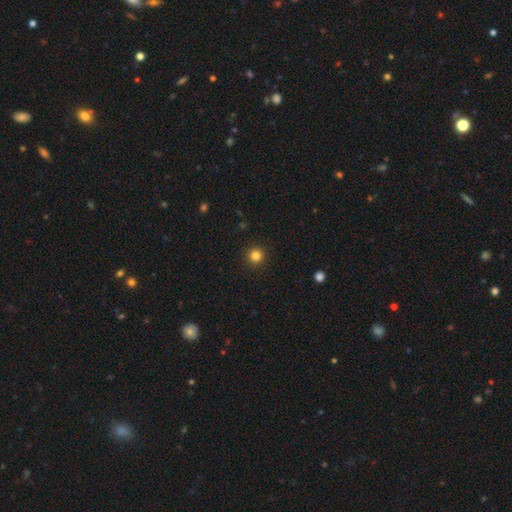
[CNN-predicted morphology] A smooth galaxy with no disk features (83%) that is round (96%). Merging: none (93%).